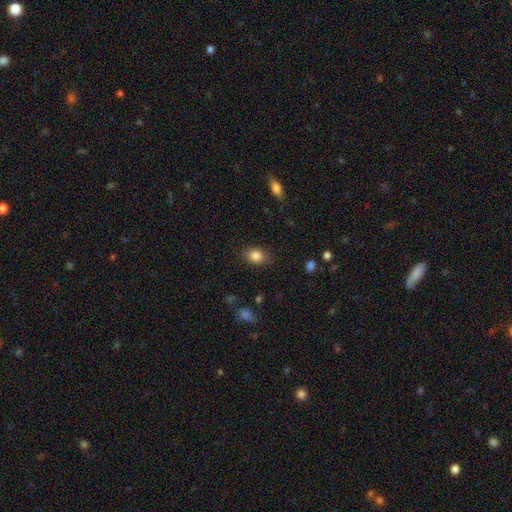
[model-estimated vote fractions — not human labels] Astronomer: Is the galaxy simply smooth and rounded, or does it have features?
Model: smooth — 85%.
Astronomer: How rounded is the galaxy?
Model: in between — 72%.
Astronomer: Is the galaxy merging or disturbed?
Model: none — 84%.